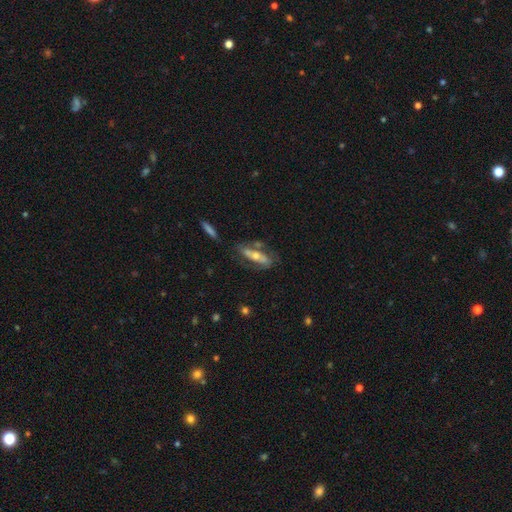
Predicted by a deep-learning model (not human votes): Smooth or featured: featured or disk — 62% (smooth — 31%)
Edge-on disk: no — 66% (yes — 34%)
Merging: none — 57% (minor disturbance — 20%)